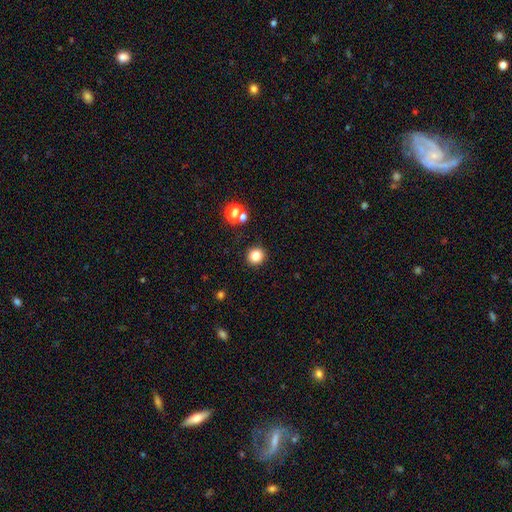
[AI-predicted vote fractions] Morphology: type=smooth (81%); roundness=round (90%); merging=none (90%).